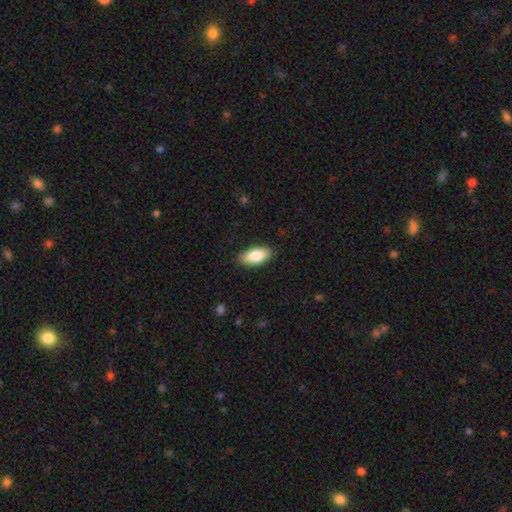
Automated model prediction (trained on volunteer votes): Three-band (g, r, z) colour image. It shows a smooth galaxy with no disk features (83%) that is in between round and cigar-shaped (88%). Merging: none (87%).